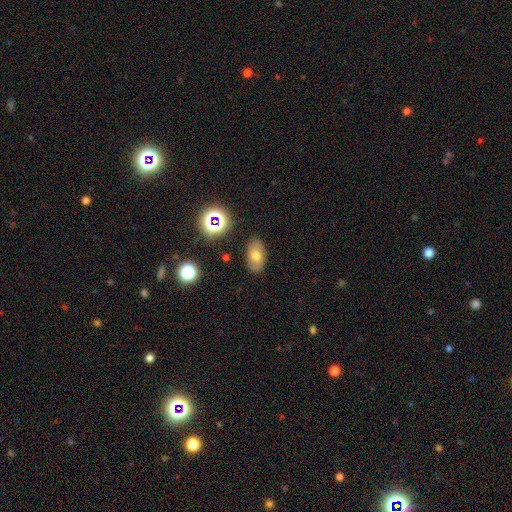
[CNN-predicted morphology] This is likely a smooth galaxy (62%). How rounded: clearly in between (90%). Merging: clearly none (83%).